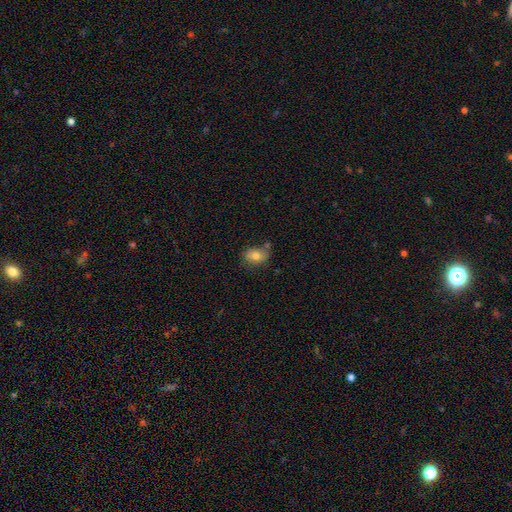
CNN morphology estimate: smooth-or-featured: smooth: 77% | featured or disk: 13% | star or artifact: 9%
  how-rounded: in between: 63% | round: 35% | cigar-shaped: 1%
  merging: none: 63% | minor disturbance: 21% | merger: 11% | major disturbance: 5%